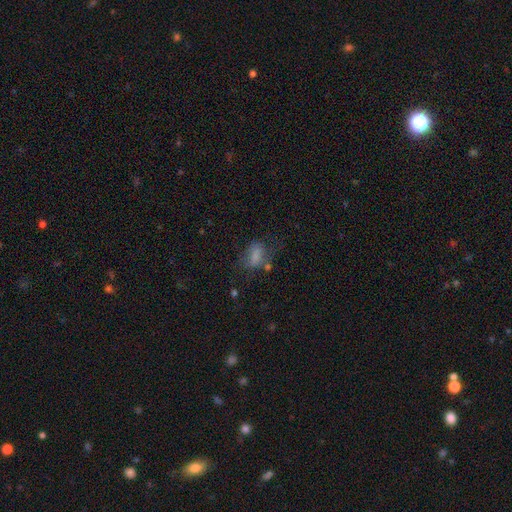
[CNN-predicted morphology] Overall: smooth (69%). How rounded: in between (82%). Merging: none (43%; minor disturbance 26%).